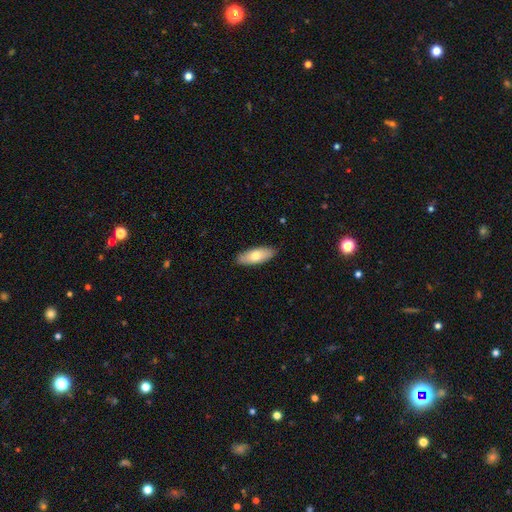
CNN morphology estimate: Smooth or featured: smooth — 70% (featured or disk — 24%)
How rounded: in between — 76% (cigar-shaped — 22%)
Merging: none — 89% (minor disturbance — 9%)